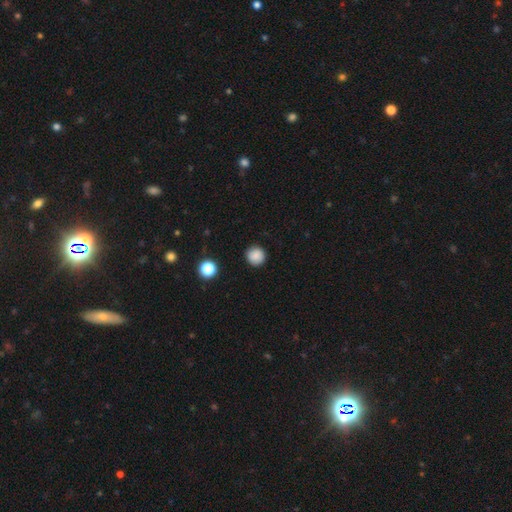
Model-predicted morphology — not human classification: smooth 86%, star or artifact 10%, featured or disk 4%. Down the decision tree: how rounded — round (94%); merging — none (89%).